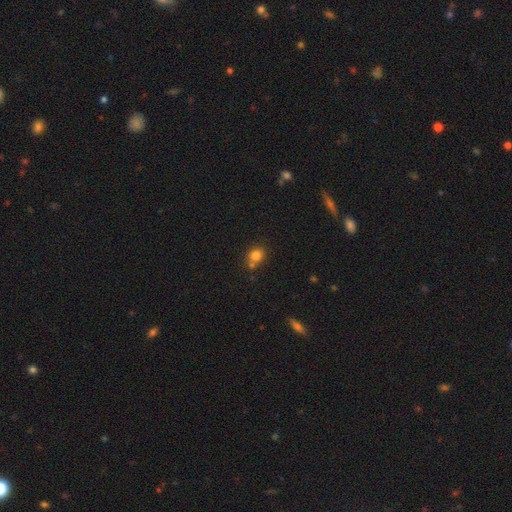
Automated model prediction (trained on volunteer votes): This is likely a smooth galaxy (79%). How rounded: likely round (71%). Merging: likely none (60%).